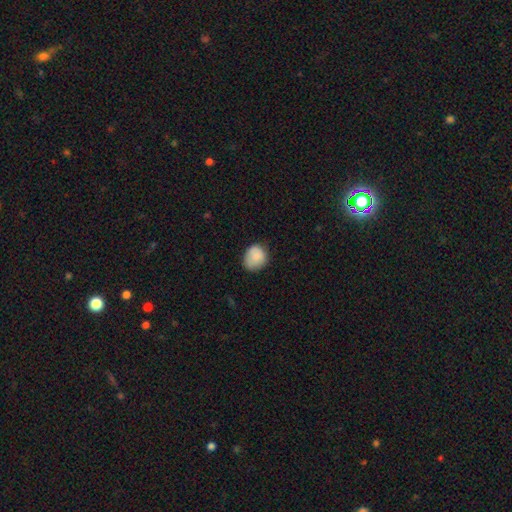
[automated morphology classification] type=smooth (86%); roundness=round (62%); merging=none (67%).